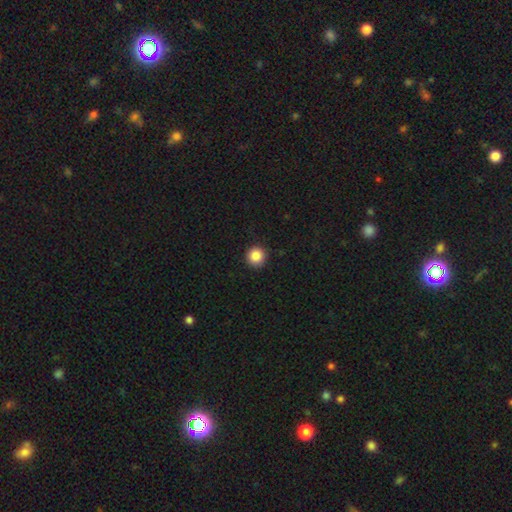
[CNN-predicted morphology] This appears to be a smooth galaxy with no disk features (87%) that is round (95%). Merging: none (92%).